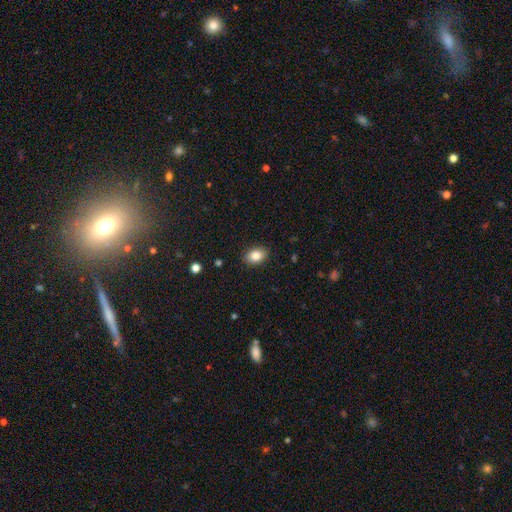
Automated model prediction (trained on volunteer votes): Smooth or featured? Predicted: smooth (p=0.85). How rounded? Predicted: in between (p=0.81). Merging? Predicted: none (p=0.89).